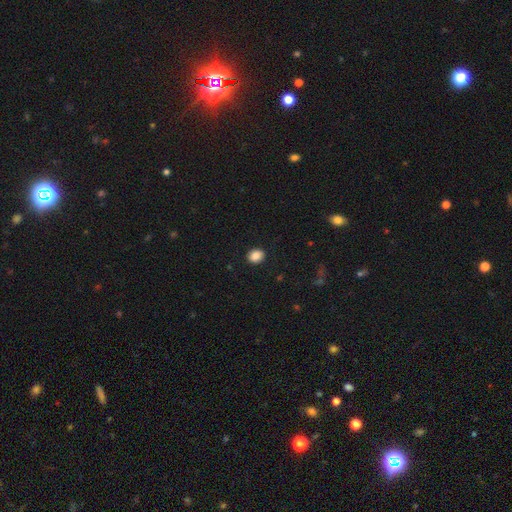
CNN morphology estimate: smooth_or_featured: smooth (p=0.86) [alt: star or artifact p=0.09]
how_rounded: round (p=0.64) [alt: in between p=0.35]
merging: none (p=0.90) [alt: minor disturbance p=0.07]